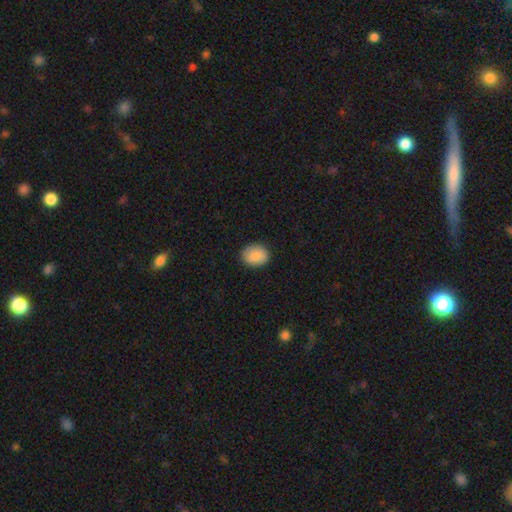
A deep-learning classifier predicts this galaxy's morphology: Smooth or featured: smooth — 88% (star or artifact — 7%)
How rounded: round — 58% (in between — 41%)
Merging: none — 88% (minor disturbance — 9%)